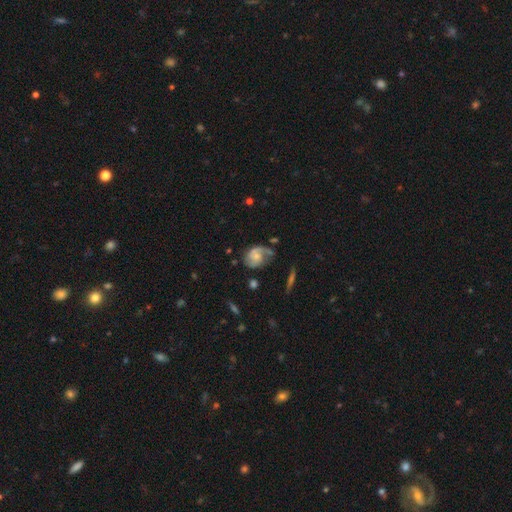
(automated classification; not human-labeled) Overall: featured or disk (67%). Edge-on disk: no (97%). Bar: no (67%; weak 28%). Spiral arms: yes (88%). Spiral arm count: 2 (61%). Spiral winding: medium (44%; loose 28%). Bulge size: small (49%; moderate 32%). Merging: none (49%; minor disturbance 26%).